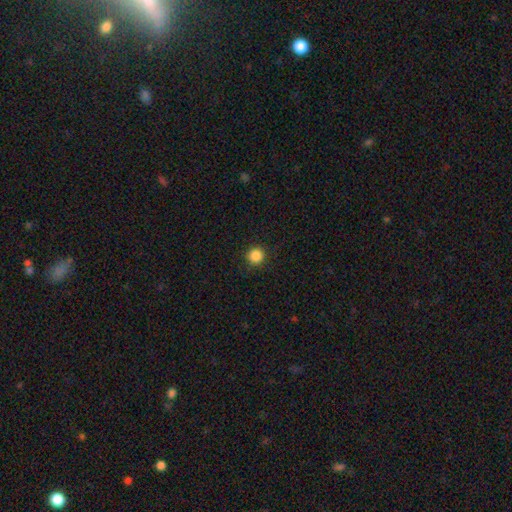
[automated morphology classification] smooth 86%, star or artifact 11%, featured or disk 3%. Down the decision tree: how rounded — round (95%); merging — none (91%).